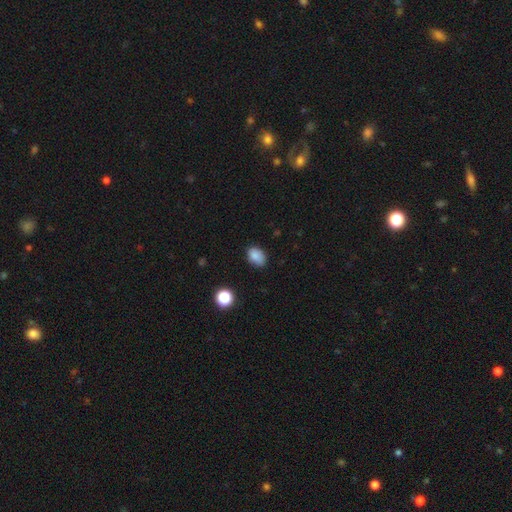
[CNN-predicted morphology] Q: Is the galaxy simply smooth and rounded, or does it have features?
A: smooth — 84%.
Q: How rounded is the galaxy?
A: in between — 78%.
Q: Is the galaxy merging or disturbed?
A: none — 74%.